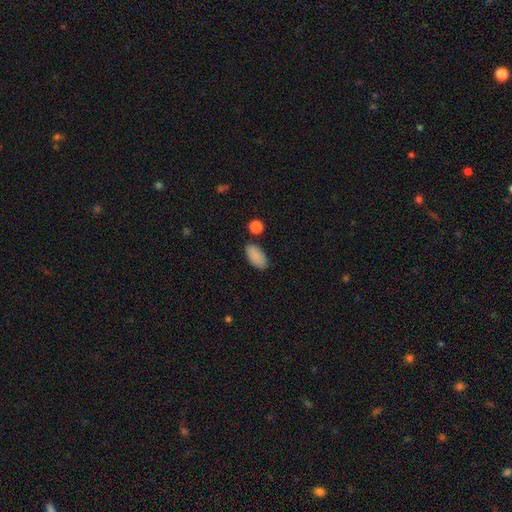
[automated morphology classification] A smooth galaxy with no disk features (88%) that is in between round and cigar-shaped (92%).

Vote fractions:
- Smooth or featured? smooth: 88% / star or artifact: 7% / featured or disk: 5%
- How rounded? in between: 92% / cigar-shaped: 4% / round: 3%
- Merging? none: 83% / minor disturbance: 11% / merger: 4% / major disturbance: 3%